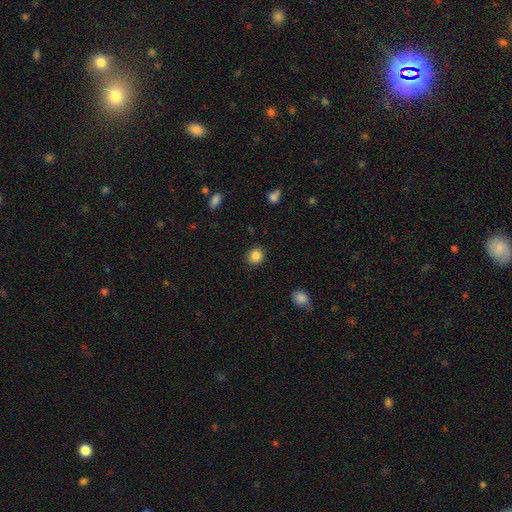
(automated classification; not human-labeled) Smooth or featured?
  - smooth: 86% *
  - star or artifact: 10%
  - featured or disk: 4%
How rounded?
  - round: 83% *
  - in between: 16%
  - cigar-shaped: 1%
Merging?
  - none: 87% *
  - minor disturbance: 9%
  - major disturbance: 2%
  - merger: 1%